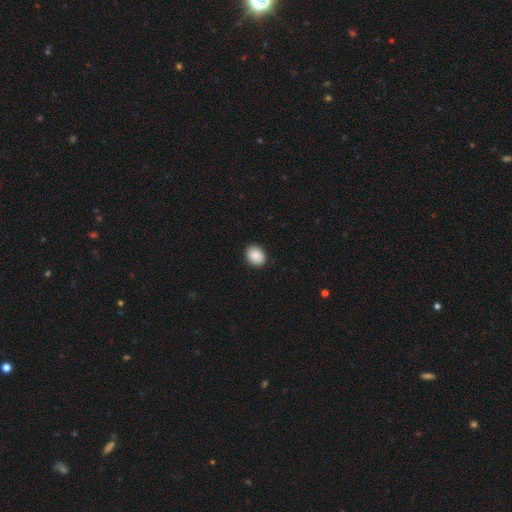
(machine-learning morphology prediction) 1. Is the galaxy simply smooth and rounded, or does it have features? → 88% smooth, 7% star or artifact, 4% featured or disk.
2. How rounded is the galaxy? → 56% in between, 43% round, 1% cigar-shaped.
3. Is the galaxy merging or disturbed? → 90% none, 7% minor disturbance, 2% major disturbance, 1% merger.